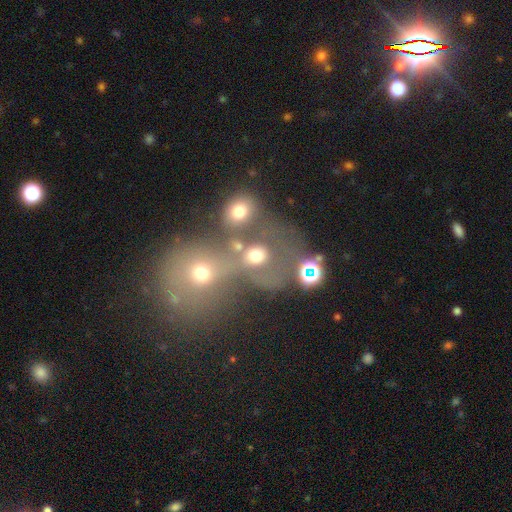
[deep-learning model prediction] A smooth galaxy with no disk features (64%) that is round (69%). Merging: merger (54%).